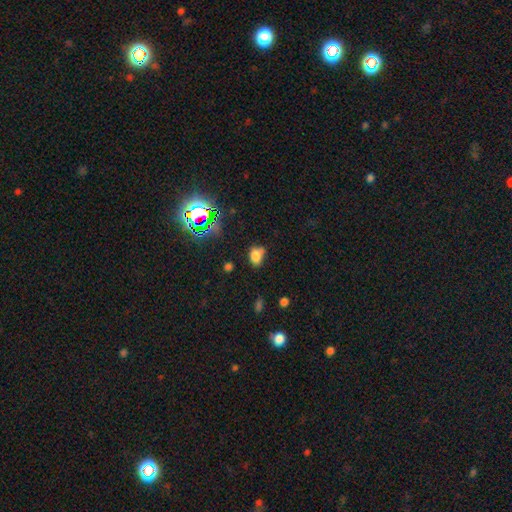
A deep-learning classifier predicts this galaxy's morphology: Smooth or featured? smooth (73%)
How rounded? in between (68%)
Merging? none (53%)